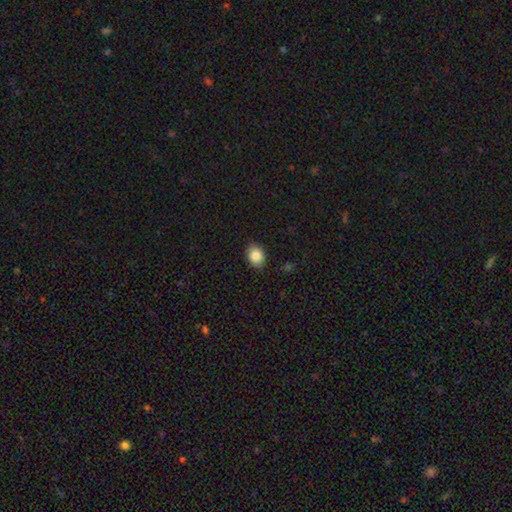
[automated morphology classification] This appears to be a smooth galaxy with no disk features (85%) that is in between round and cigar-shaped (61%). Merging: none (88%).